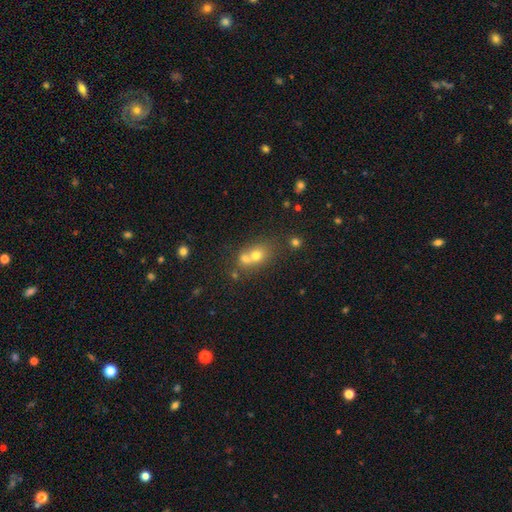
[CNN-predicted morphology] This appears to be a smooth galaxy with no disk features (65%) that is round (58%). Merging: merger (57%).